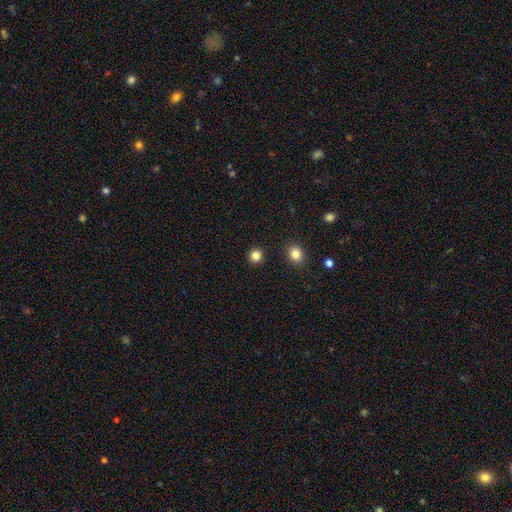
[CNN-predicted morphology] This appears to be a smooth galaxy with no disk features (83%) that is round (93%). Merging: none (91%).